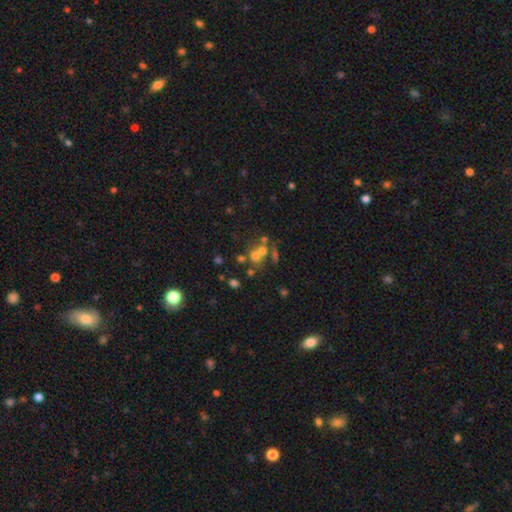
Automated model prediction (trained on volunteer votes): Morphology: type=smooth (49%); merging=merger (49%).